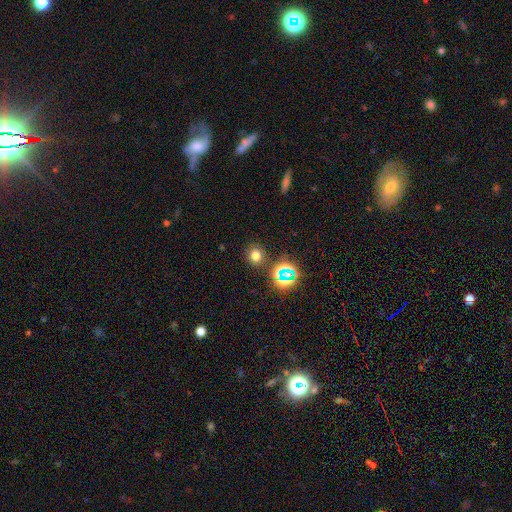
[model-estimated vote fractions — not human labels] Smooth or featured? smooth (68%)
How rounded? round (86%)
Merging? none (87%)